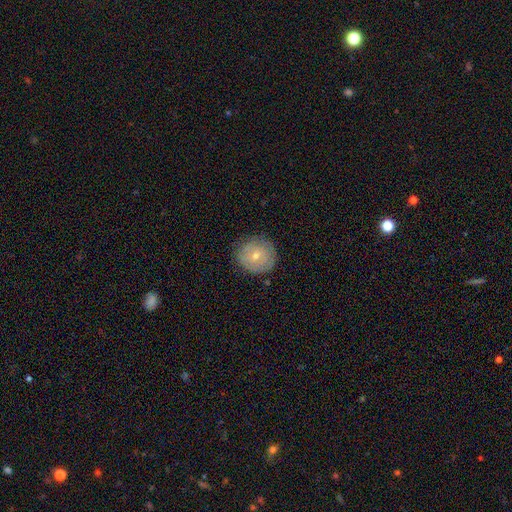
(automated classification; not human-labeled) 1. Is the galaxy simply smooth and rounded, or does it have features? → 51% smooth, 39% featured or disk, 10% star or artifact.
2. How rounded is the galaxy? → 89% round, 10% in between, 1% cigar-shaped.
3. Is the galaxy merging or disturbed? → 84% none, 12% minor disturbance, 3% major disturbance, 1% merger.